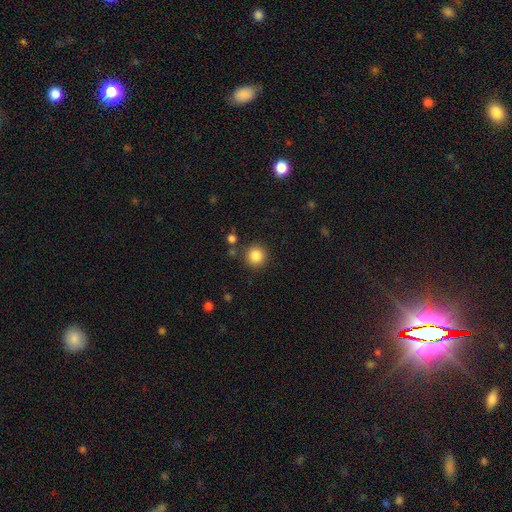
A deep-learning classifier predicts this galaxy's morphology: Smooth or featured? smooth (86%)
How rounded? round (94%)
Merging? none (87%)